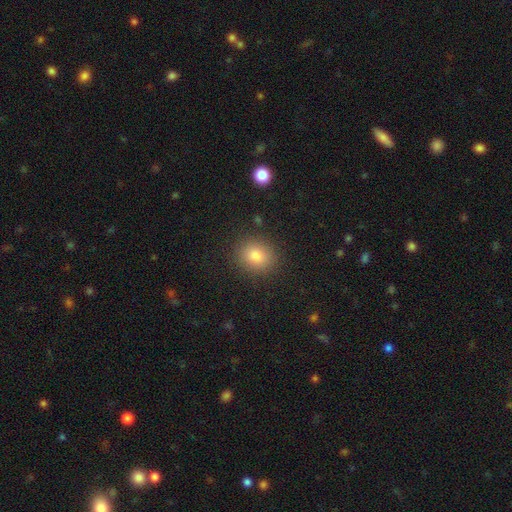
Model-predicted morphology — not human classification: Smooth or featured? smooth (82%)
How rounded? round (71%)
Merging? none (88%)